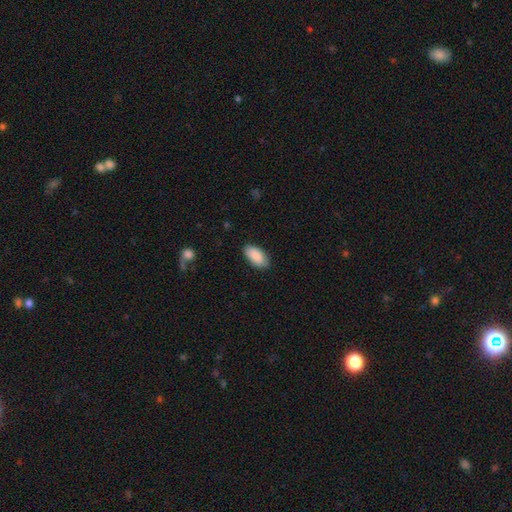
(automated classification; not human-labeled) Morphology: type=smooth (90%); roundness=in between (94%); merging=none (84%).